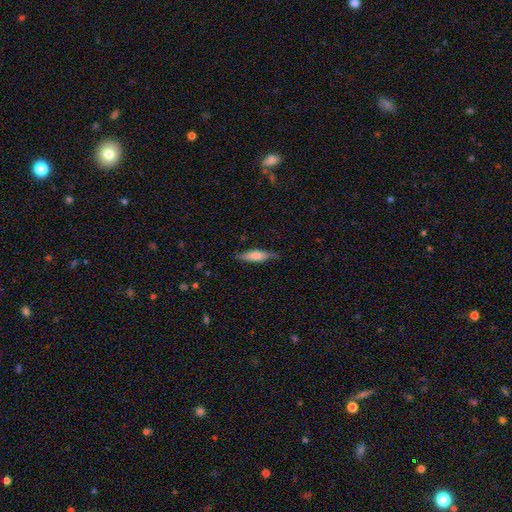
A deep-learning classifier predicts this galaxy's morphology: Smooth or featured? smooth (64%)
How rounded? cigar-shaped (57%)
Merging? none (74%)